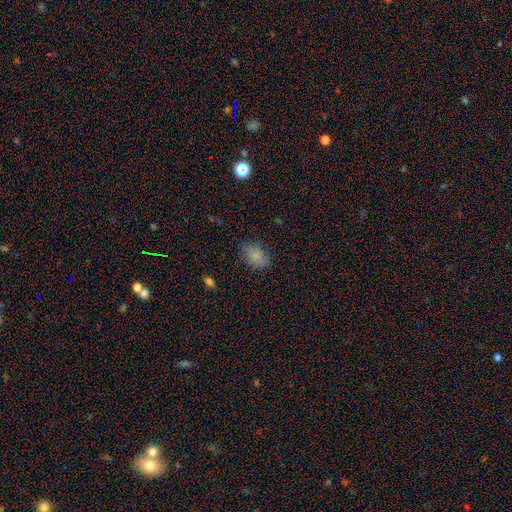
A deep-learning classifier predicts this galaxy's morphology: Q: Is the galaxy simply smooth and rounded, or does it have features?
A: smooth — 80%.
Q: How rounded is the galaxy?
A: in between — 79%.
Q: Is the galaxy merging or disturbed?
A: none — 78%.